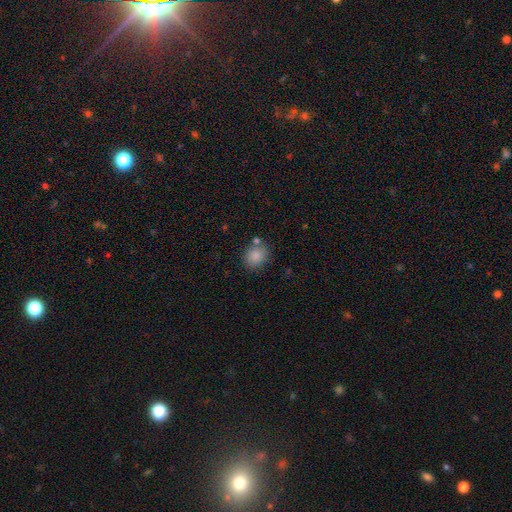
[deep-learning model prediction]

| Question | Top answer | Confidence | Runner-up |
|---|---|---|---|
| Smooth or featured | smooth | 85% | star or artifact (9%) |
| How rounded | round | 67% | in between (32%) |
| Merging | none | 73% | minor disturbance (13%) |